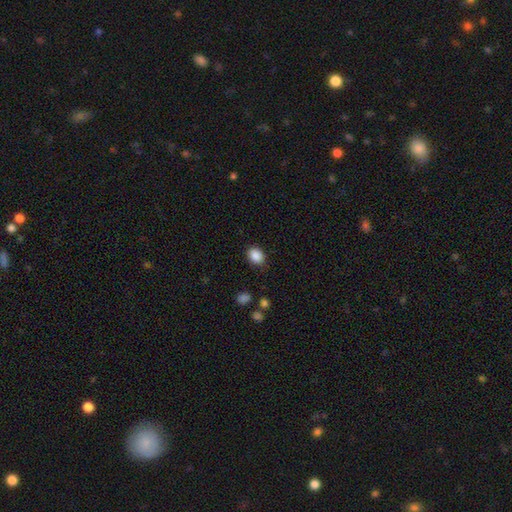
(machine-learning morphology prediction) The model was most divided on "how rounded": in between: 63%, round: 36%, cigar-shaped: 1%. More confident: smooth or featured — smooth (88%); merging — none (83%).